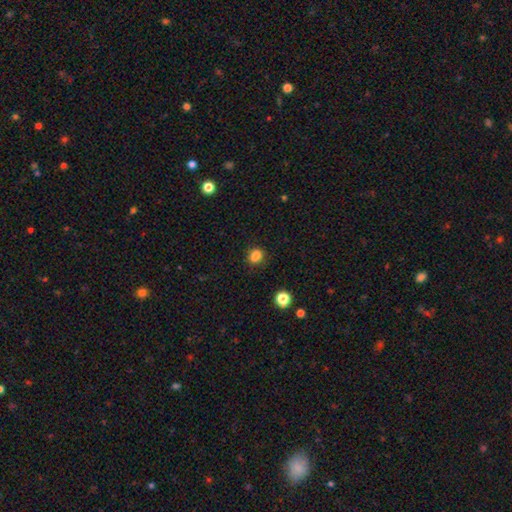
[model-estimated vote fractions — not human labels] Smooth or featured? Predicted: smooth (p=0.84). How rounded? Predicted: round (p=0.65). Merging? Predicted: none (p=0.85).